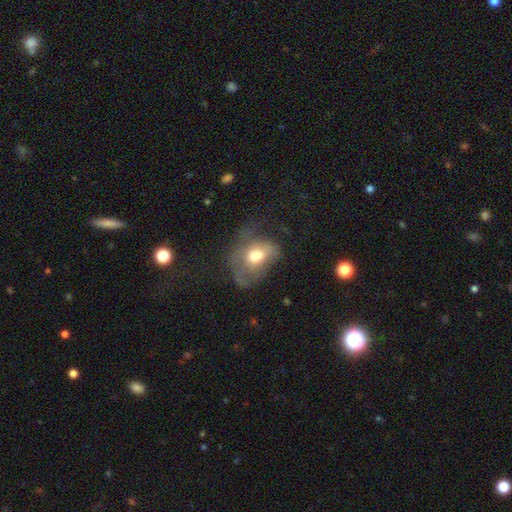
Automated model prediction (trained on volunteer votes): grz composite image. It shows a smooth galaxy with no disk features (57%) that is in between round and cigar-shaped (71%). Merging: major disturbance (46%).